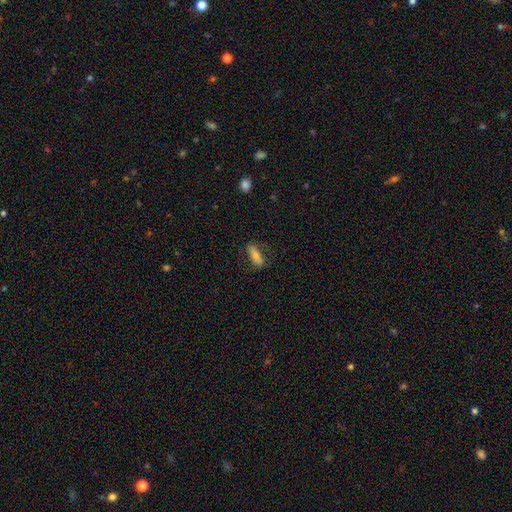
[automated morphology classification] This appears to be a smooth galaxy with no disk features (64%) that is in between round and cigar-shaped (61%). Merging: none (69%).